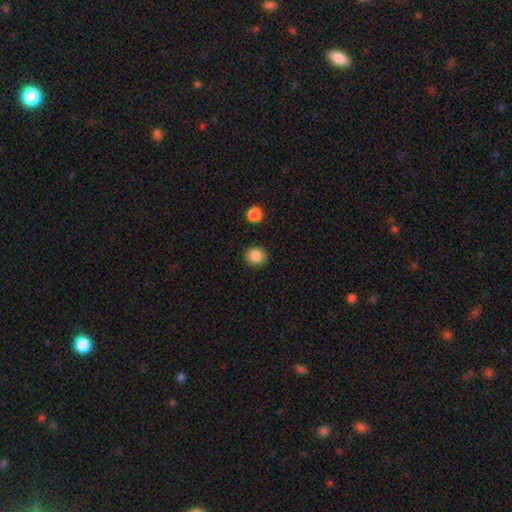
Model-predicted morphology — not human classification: This appears to be a smooth galaxy with no disk features (86%) that is round (76%). Merging: none (90%).